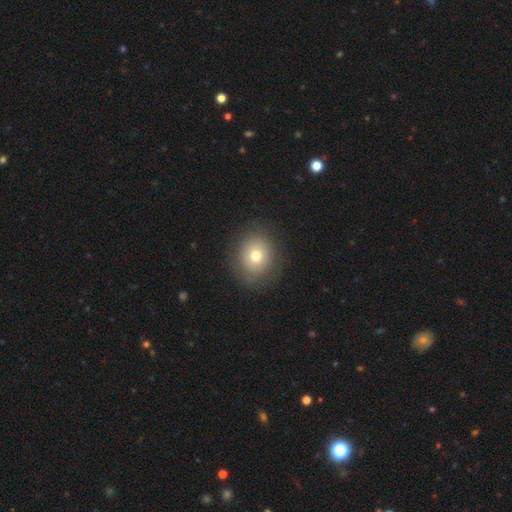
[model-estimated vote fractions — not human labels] This appears to be a smooth galaxy with no disk features (73%) that is round (74%). Merging: none (85%).